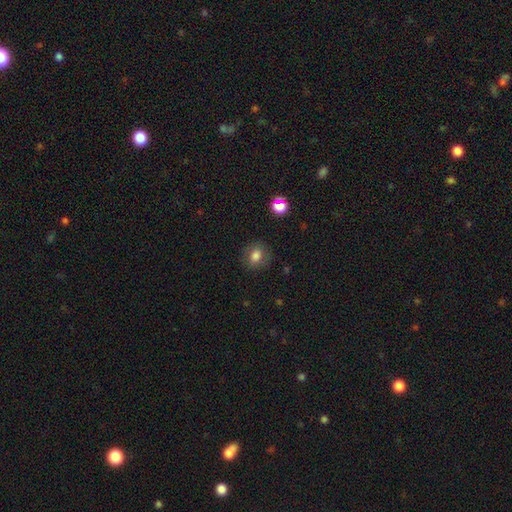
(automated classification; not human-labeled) Morphology: type=smooth (78%); roundness=round (64%); merging=none (85%).